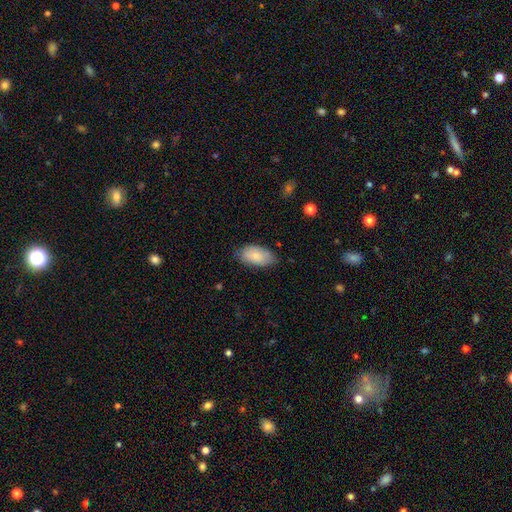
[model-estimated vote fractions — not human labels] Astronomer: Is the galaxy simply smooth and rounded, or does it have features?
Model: smooth — 79%.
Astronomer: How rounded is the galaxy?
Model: in between — 95%.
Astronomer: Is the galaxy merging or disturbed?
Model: none — 73%.